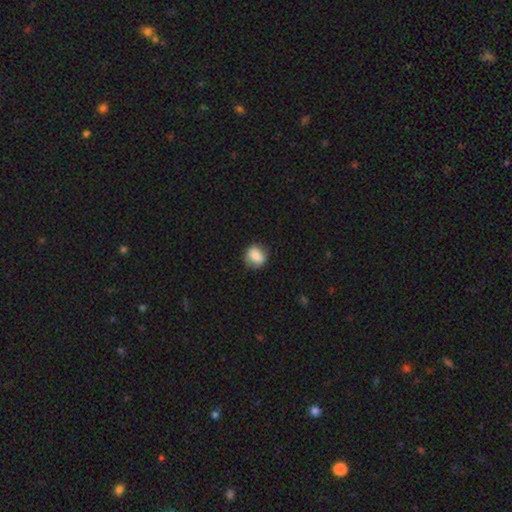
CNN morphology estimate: Smooth or featured: smooth — 81% (featured or disk — 10%)
How rounded: round — 55% (in between — 43%)
Merging: none — 75% (minor disturbance — 19%)